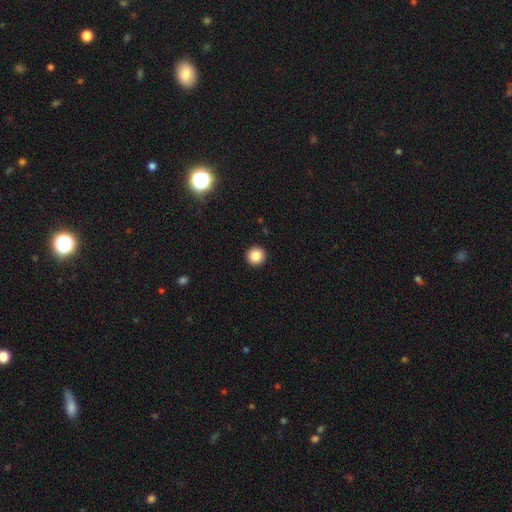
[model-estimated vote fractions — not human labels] This appears to be a smooth galaxy with no disk features (86%) that is round (94%). Merging: none (93%).